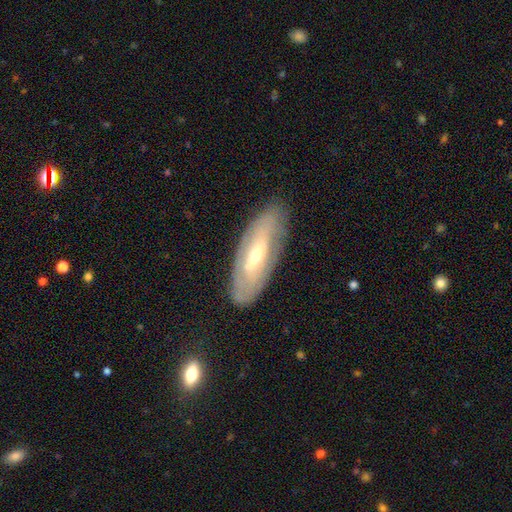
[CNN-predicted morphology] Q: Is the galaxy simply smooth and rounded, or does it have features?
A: featured or disk — 63%.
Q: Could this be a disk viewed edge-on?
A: no — 73%.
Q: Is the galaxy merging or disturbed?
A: none — 81%.